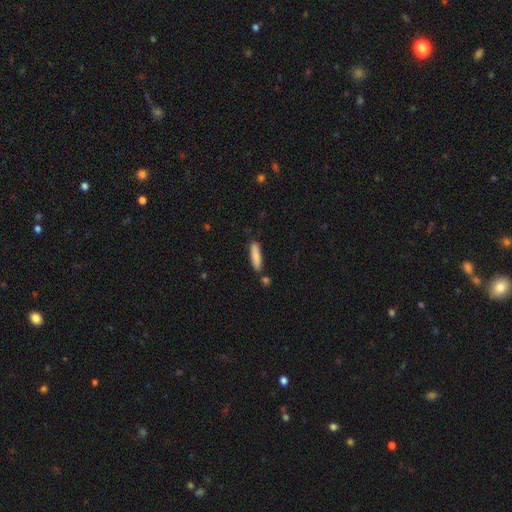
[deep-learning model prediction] smooth-or-featured: smooth: 84% | featured or disk: 10% | star or artifact: 6%
  how-rounded: cigar-shaped: 77% | in between: 21% | round: 1%
  merging: none: 81% | minor disturbance: 12% | merger: 5% | major disturbance: 2%